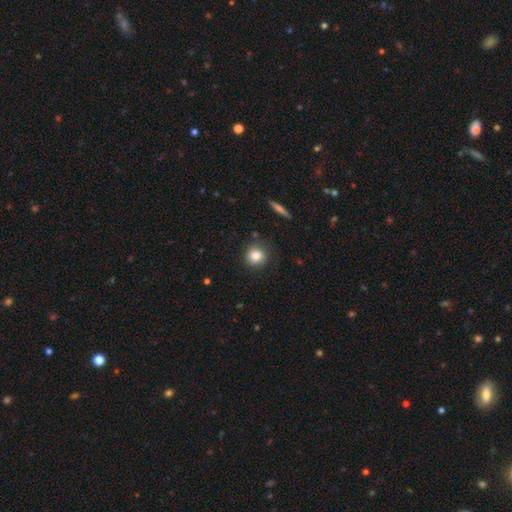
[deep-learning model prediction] Q: Smooth or featured?
A: smooth (84%); runner-up: star or artifact (9%)
Q: How rounded?
A: round (86%); runner-up: in between (13%)
Q: Merging?
A: none (81%); runner-up: minor disturbance (14%)